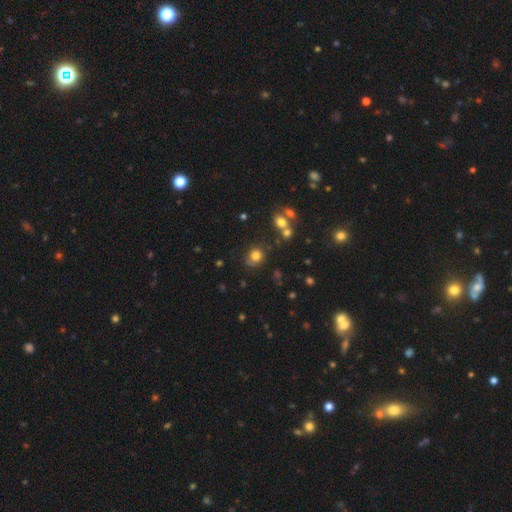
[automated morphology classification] This is likely a smooth galaxy (77%). How rounded: clearly round (80%). Merging: likely none (69%).